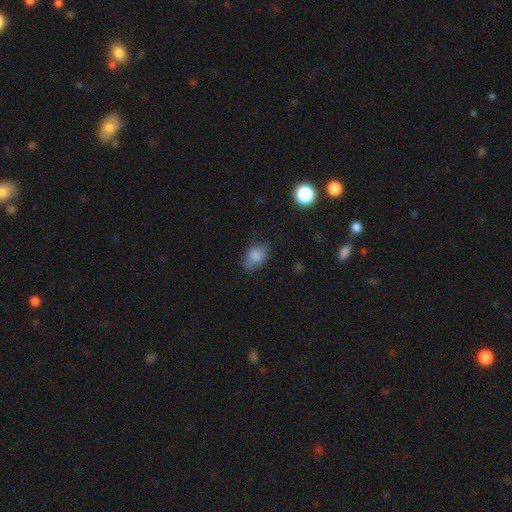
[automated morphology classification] This appears to be a smooth galaxy with no disk features (80%) that is in between round and cigar-shaped (87%). Merging: none (68%).